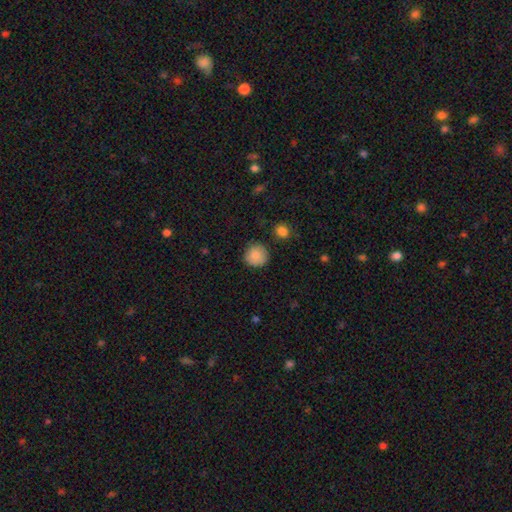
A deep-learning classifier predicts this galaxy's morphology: A smooth galaxy with no disk features (87%) that is round (93%). Merging: none (84%).